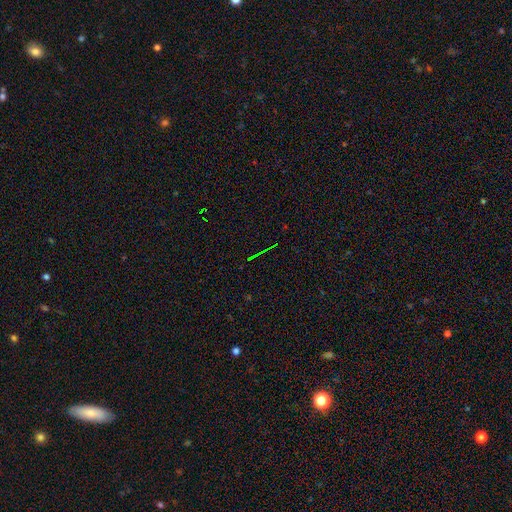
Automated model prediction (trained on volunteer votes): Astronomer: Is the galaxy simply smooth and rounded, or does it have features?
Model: star or artifact — 75%.